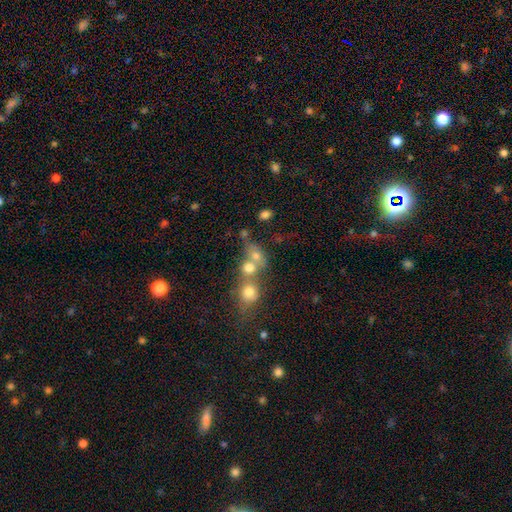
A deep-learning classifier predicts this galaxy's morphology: smooth_or_featured: smooth (p=0.70) [alt: featured or disk p=0.15]
how_rounded: round (p=0.57) [alt: in between p=0.41]
merging: merger (p=0.54) [alt: none p=0.31]